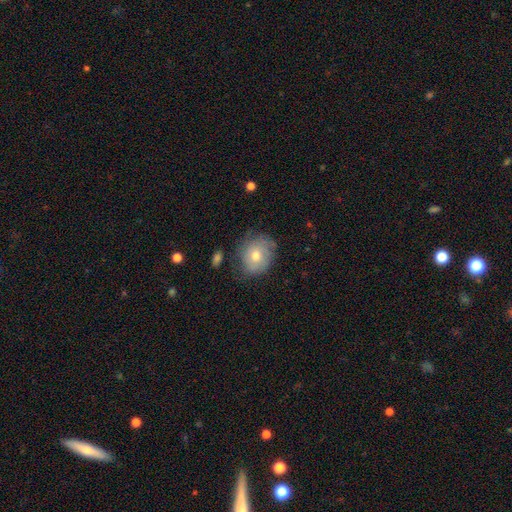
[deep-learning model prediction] Smooth or featured? smooth (58%)
How rounded? round (66%)
Merging? none (67%)